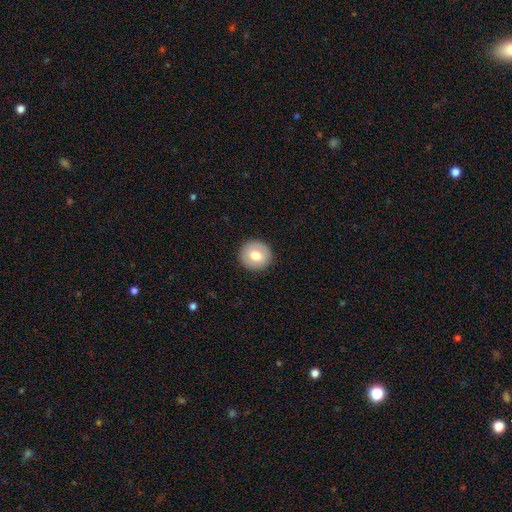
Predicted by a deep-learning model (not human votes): smooth-or-featured: smooth: 71% | featured or disk: 21% | star or artifact: 8%
  how-rounded: round: 93% | in between: 6% | cigar-shaped: 1%
  merging: none: 92% | minor disturbance: 5% | major disturbance: 2% | merger: 1%